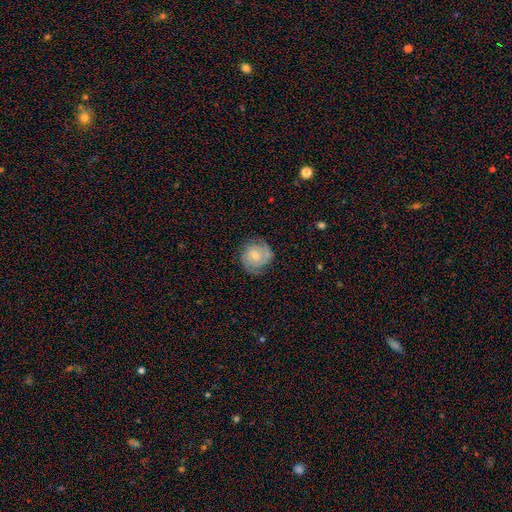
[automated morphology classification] Overall: featured or disk (69%). Edge-on disk: no (98%). Bar: no (57%; weak 37%). Spiral arms: yes (92%). Spiral arm count: 2 (62%). Spiral winding: tight (55%; medium 35%). Bulge size: small (50%; moderate 40%). Merging: none (75%).